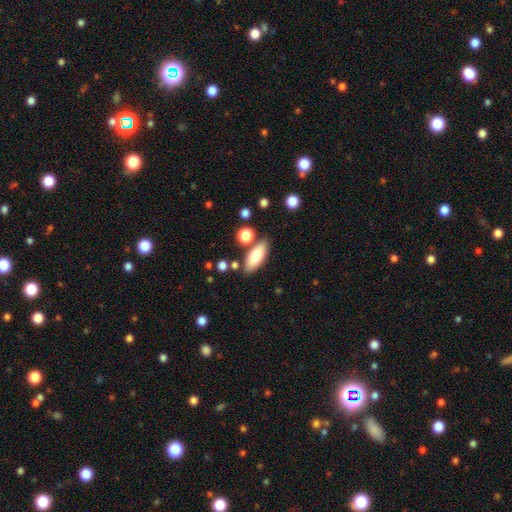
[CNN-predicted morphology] A smooth galaxy with no disk features (78%) that is in between round and cigar-shaped (76%).

Vote fractions:
- Smooth or featured? smooth: 78% / featured or disk: 15% / star or artifact: 7%
- How rounded? in between: 76% / cigar-shaped: 21% / round: 3%
- Merging? none: 78% / minor disturbance: 12% / merger: 7% / major disturbance: 3%